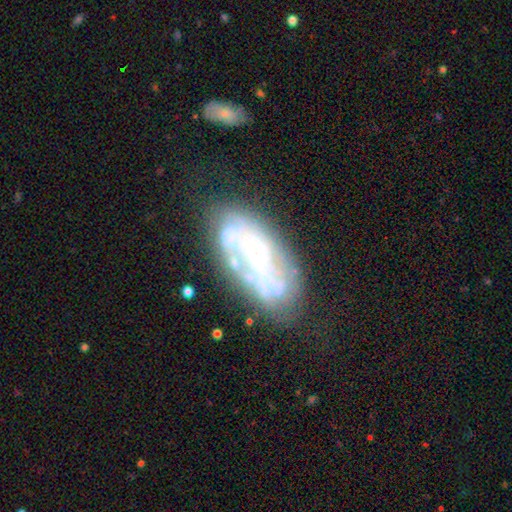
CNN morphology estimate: This is likely a featured or disk galaxy (73%). It is clearly not viewed edge-on (93%). Bar: likely no (76%). Spiral arm pattern: possibly no (54%). Central bulge: likely small (66%). Merging: possibly none (56%).